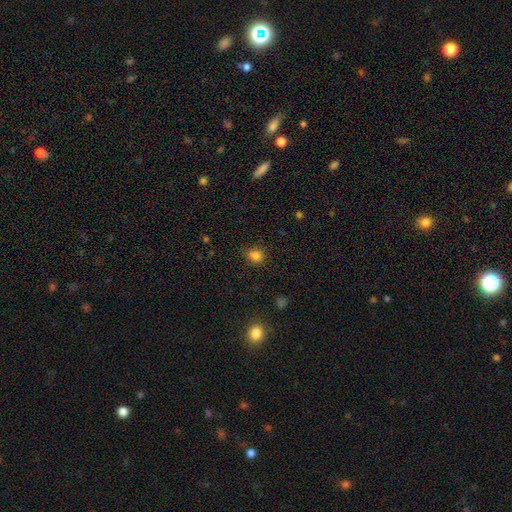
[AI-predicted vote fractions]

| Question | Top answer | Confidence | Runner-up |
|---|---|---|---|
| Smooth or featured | smooth | 81% | star or artifact (14%) |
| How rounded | round | 78% | in between (21%) |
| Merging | none | 81% | minor disturbance (14%) |